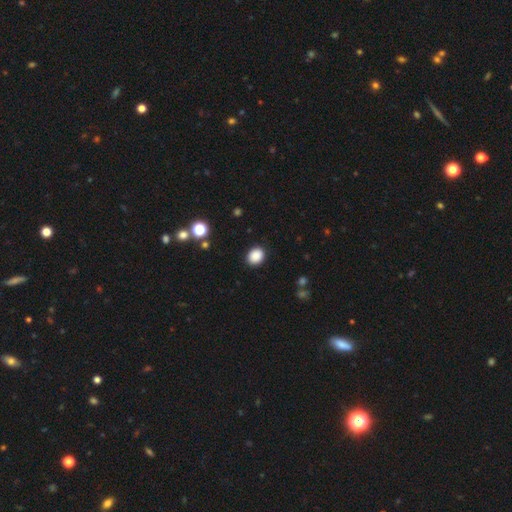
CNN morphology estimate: smooth 88%, star or artifact 9%, featured or disk 3%. Down the decision tree: how rounded — round (54%); merging — none (90%).